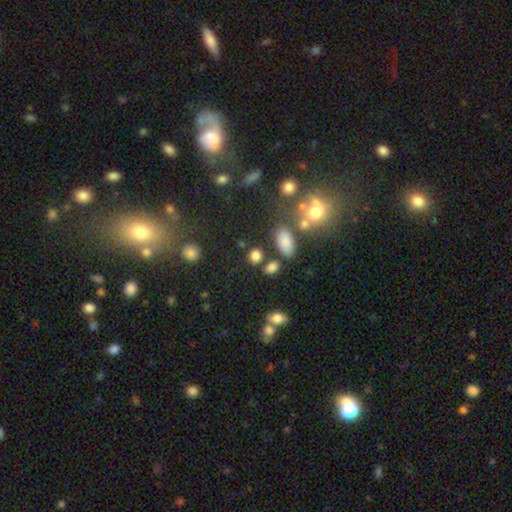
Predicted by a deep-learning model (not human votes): This is likely a smooth galaxy (78%). How rounded: likely round (62%). Merging: likely none (70%).